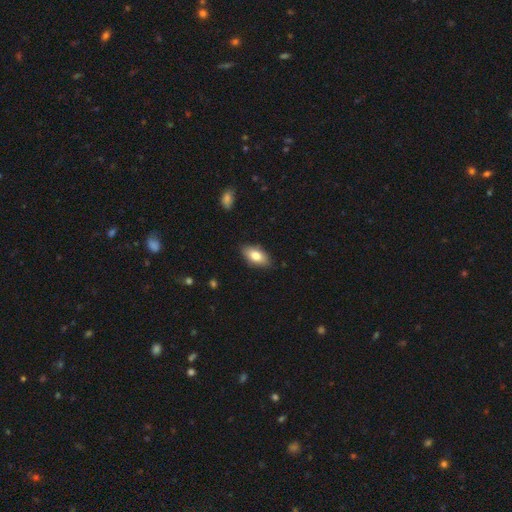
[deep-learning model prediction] This appears to be a smooth galaxy with no disk features (80%) that is in between round and cigar-shaped (90%). Merging: none (86%).